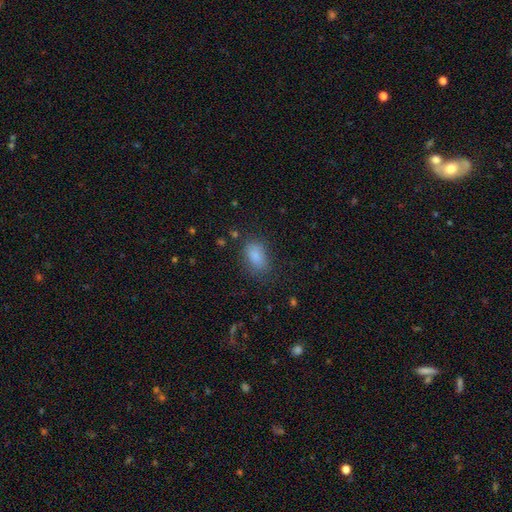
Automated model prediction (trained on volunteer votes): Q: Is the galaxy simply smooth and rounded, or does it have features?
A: smooth — 85%.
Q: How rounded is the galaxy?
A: in between — 87%.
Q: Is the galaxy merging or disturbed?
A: none — 75%.